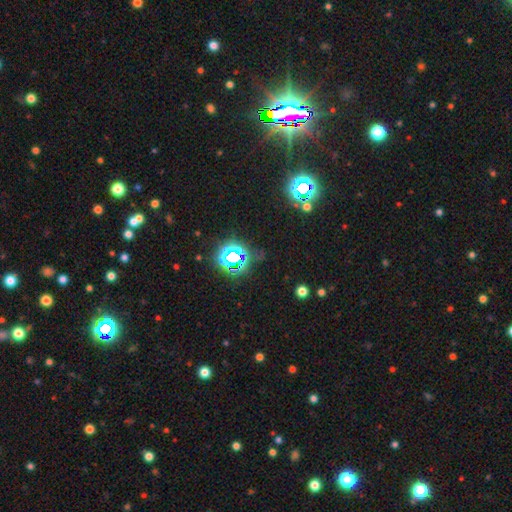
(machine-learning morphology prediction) type=star or artifact (82%).